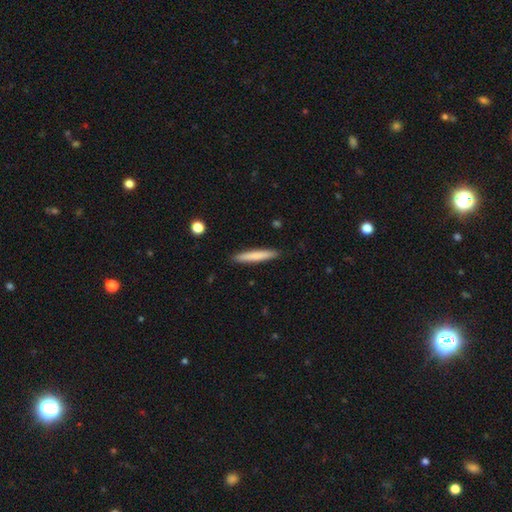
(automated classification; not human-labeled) smooth_or_featured: smooth (p=0.77) [alt: featured or disk p=0.18]
how_rounded: cigar-shaped (p=0.94) [alt: in between p=0.04]
merging: none (p=0.91) [alt: minor disturbance p=0.07]